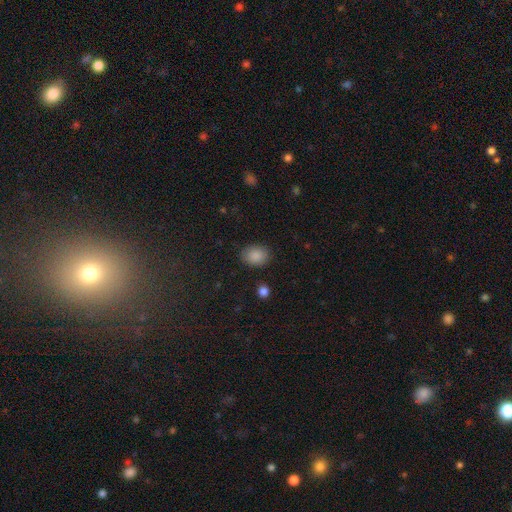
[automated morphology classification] Smooth or featured?
  - smooth: 87% *
  - star or artifact: 9%
  - featured or disk: 4%
How rounded?
  - in between: 64% *
  - round: 35%
  - cigar-shaped: 1%
Merging?
  - none: 86% *
  - minor disturbance: 10%
  - major disturbance: 3%
  - merger: 1%